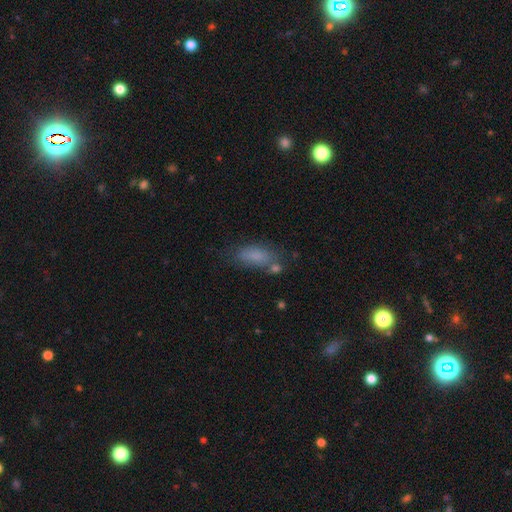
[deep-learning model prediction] The model was most divided on "merging": none: 57%, minor disturbance: 21%, merger: 11%, major disturbance: 10%. More confident: smooth or featured — smooth (77%); how rounded — in between (73%).